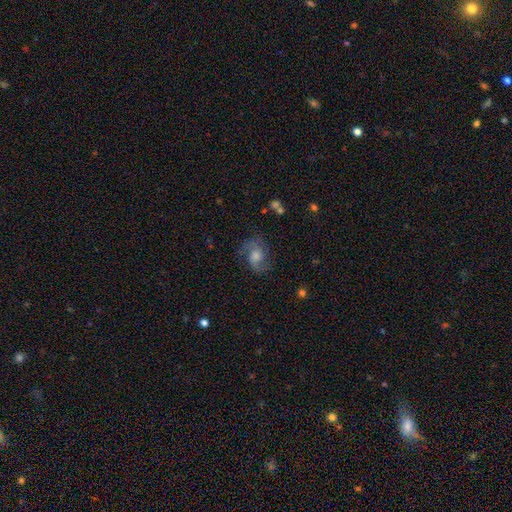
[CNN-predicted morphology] Smooth or featured: featured or disk — 76% (smooth — 14%)
Edge-on disk: no — 97% (yes — 3%)
Bar: no — 62% (weak — 33%)
Spiral arms: yes — 95% (no — 5%)
Spiral winding: medium — 52% (loose — 29%)
Spiral arm count: 2 — 81% (can't tell — 7%)
Bulge size: moderate — 54% (large — 20%)
Merging: none — 75% (minor disturbance — 15%)